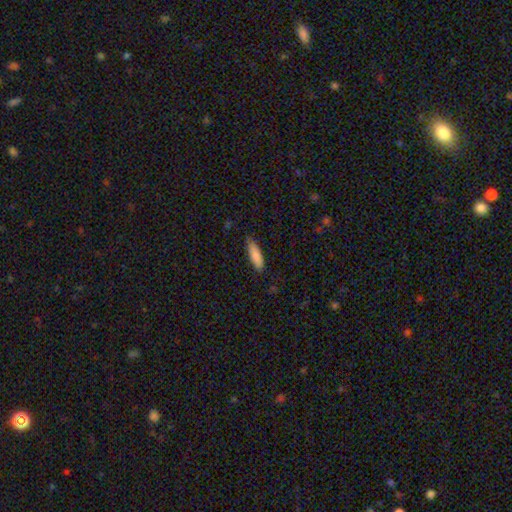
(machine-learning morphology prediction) Q: Smooth or featured?
A: smooth (87%); runner-up: featured or disk (8%)
Q: How rounded?
A: in between (52%); runner-up: cigar-shaped (46%)
Q: Merging?
A: none (81%); runner-up: minor disturbance (16%)